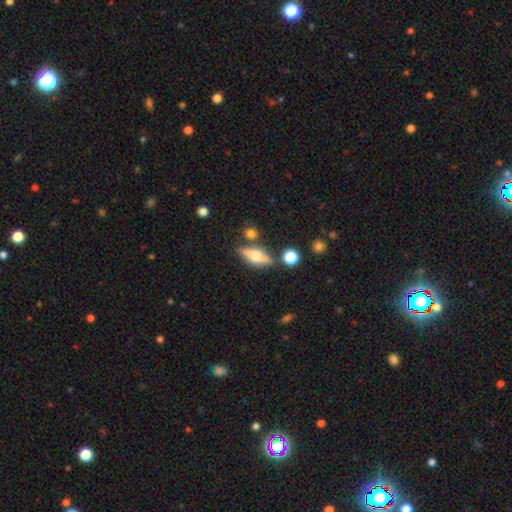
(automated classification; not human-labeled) smooth_or_featured: featured or disk (p=0.54) [alt: smooth p=0.37]
disk_edge_on: yes (p=0.91) [alt: no p=0.09]
merging: none (p=0.78) [alt: minor disturbance p=0.11]